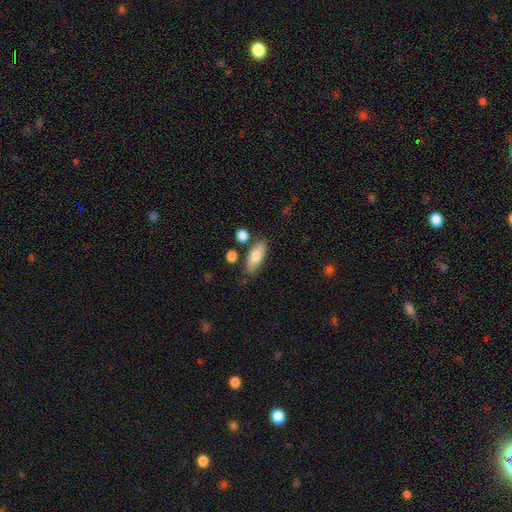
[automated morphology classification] A smooth galaxy with no disk features (76%) that is in between round and cigar-shaped (76%). Merging: none (76%).